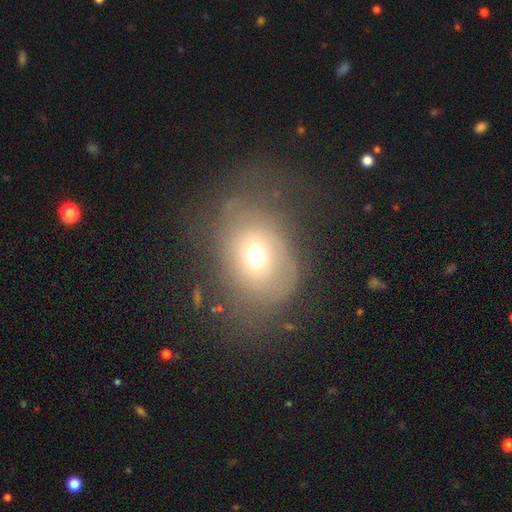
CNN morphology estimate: smooth 58%, featured or disk 27%, star or artifact 15%. Down the decision tree: how rounded — in between (56%); merging — none (47%).